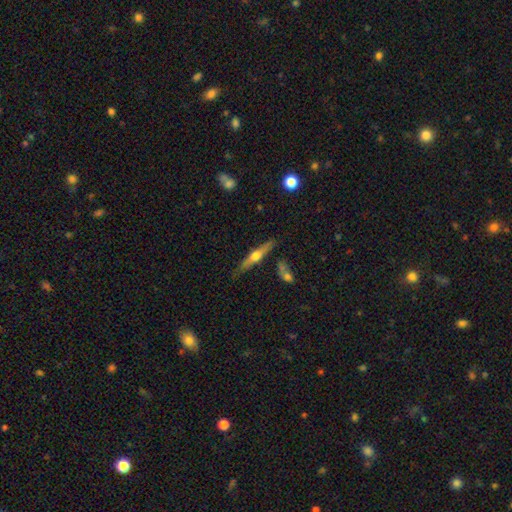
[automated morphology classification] Smooth or featured?
  - featured or disk: 61% *
  - smooth: 33%
  - star or artifact: 6%
Edge-on disk?
  - yes: 95% *
  - no: 5%
Edge-on bulge?
  - rounded: 92% *
  - none: 5%
  - boxy: 4%
Merging?
  - none: 78% *
  - minor disturbance: 13%
  - merger: 5%
  - major disturbance: 3%